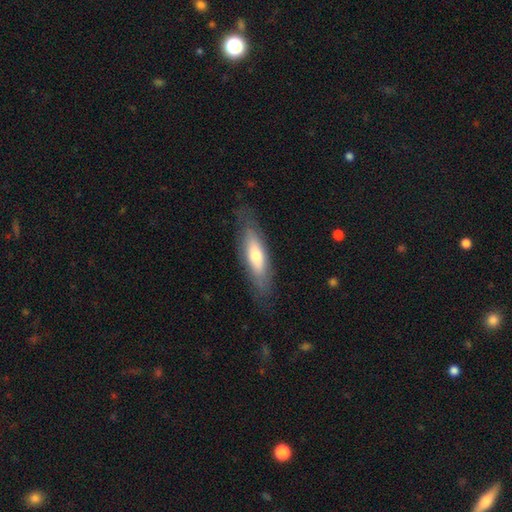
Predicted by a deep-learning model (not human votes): This is possibly a smooth galaxy (59%). How rounded: possibly cigar-shaped (56%). Merging: likely none (80%).